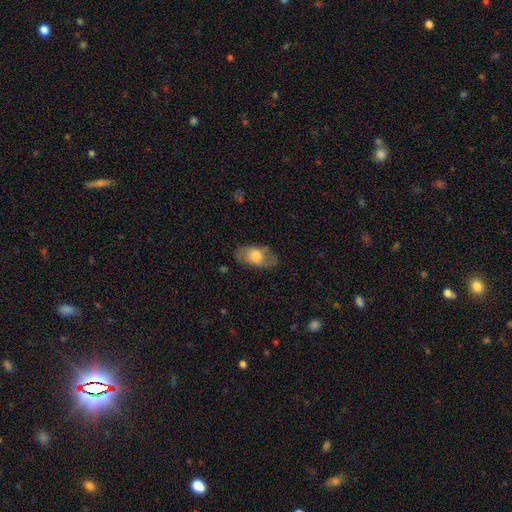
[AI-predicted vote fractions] Smooth or featured?
  - smooth: 55% *
  - featured or disk: 38%
  - star or artifact: 6%
How rounded?
  - in between: 89% *
  - round: 7%
  - cigar-shaped: 3%
Merging?
  - none: 75% *
  - minor disturbance: 17%
  - major disturbance: 6%
  - merger: 1%